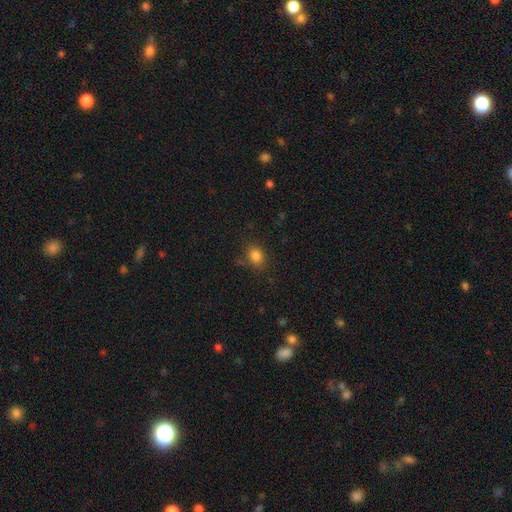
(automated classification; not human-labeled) smooth_or_featured: smooth (p=0.83) [alt: star or artifact p=0.12]
how_rounded: round (p=0.50) [alt: in between p=0.49]
merging: none (p=0.77) [alt: minor disturbance p=0.15]